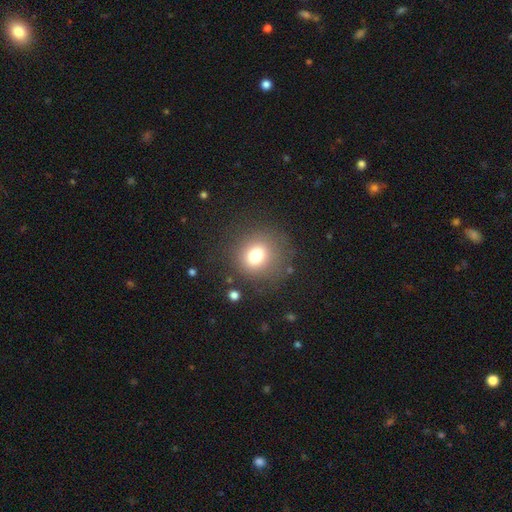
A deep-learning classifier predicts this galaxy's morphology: smooth-or-featured: smooth: 74% | star or artifact: 14% | featured or disk: 11%
  how-rounded: round: 84% | in between: 15% | cigar-shaped: 1%
  merging: none: 80% | minor disturbance: 11% | major disturbance: 7% | merger: 2%